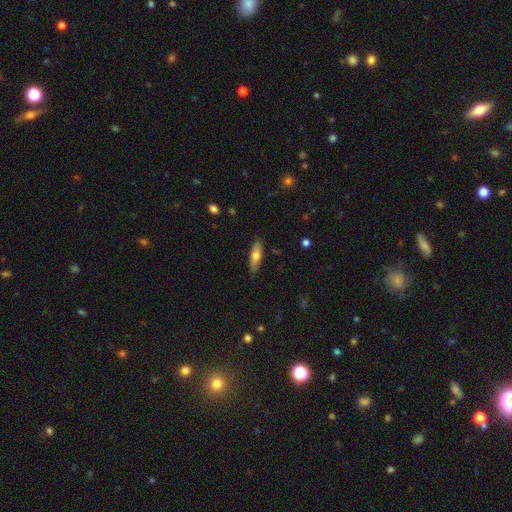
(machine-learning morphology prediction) smooth-or-featured: smooth: 63% | featured or disk: 31% | star or artifact: 6%
  how-rounded: cigar-shaped: 49% | in between: 48% | round: 2%
  merging: none: 86% | minor disturbance: 11% | major disturbance: 2% | merger: 1%